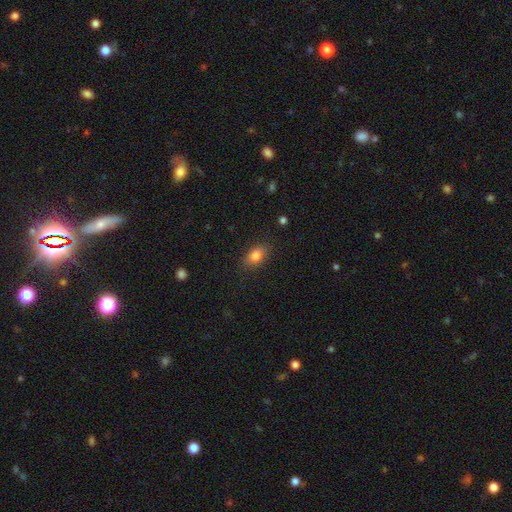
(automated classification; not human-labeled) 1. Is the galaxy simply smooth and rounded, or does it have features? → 82% smooth, 9% featured or disk, 9% star or artifact.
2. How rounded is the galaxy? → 84% in between, 13% round, 3% cigar-shaped.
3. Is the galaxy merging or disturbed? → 85% none, 11% minor disturbance, 3% major disturbance, 1% merger.